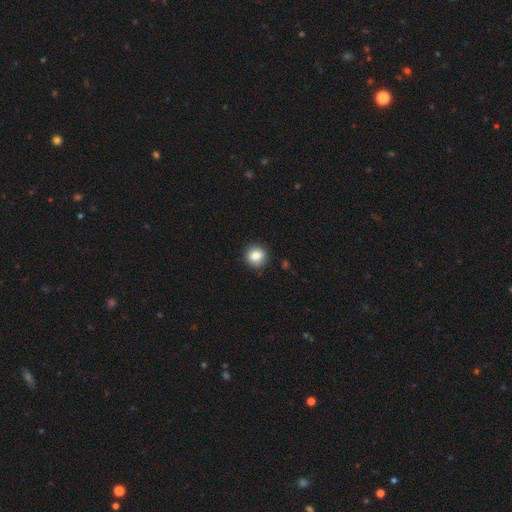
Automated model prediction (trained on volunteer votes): This is clearly a smooth galaxy (84%). How rounded: clearly round (85%). Merging: clearly none (88%).